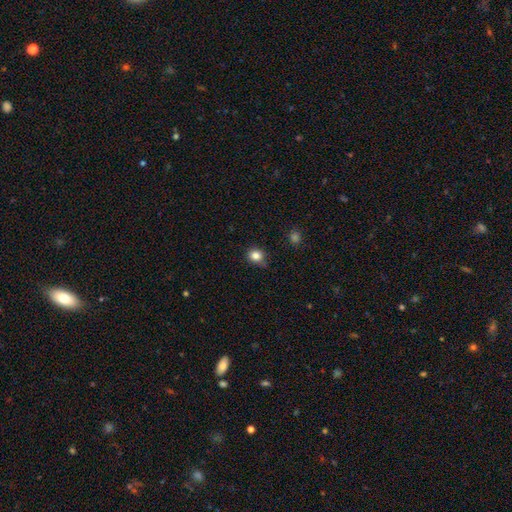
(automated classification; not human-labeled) smooth_or_featured: smooth (p=0.84) [alt: star or artifact p=0.12]
how_rounded: round (p=0.78) [alt: in between p=0.21]
merging: none (p=0.81) [alt: minor disturbance p=0.14]